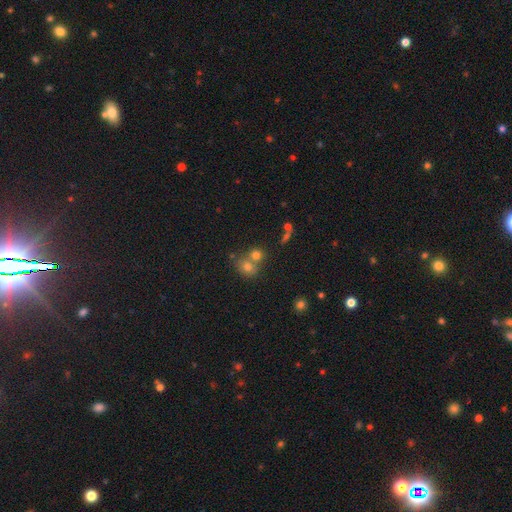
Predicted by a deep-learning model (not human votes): A smooth galaxy with no disk features (71%) that is round (74%).

Vote fractions:
- Smooth or featured? smooth: 71% / star or artifact: 15% / featured or disk: 13%
- How rounded? round: 74% / in between: 24% / cigar-shaped: 1%
- Merging? merger: 47% / none: 43% / minor disturbance: 7% / major disturbance: 3%